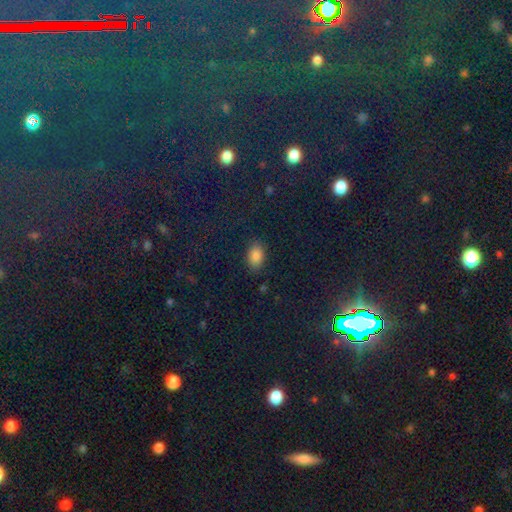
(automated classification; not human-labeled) A smooth galaxy with no disk features (84%) that is in between round and cigar-shaped (88%).

Vote fractions:
- Smooth or featured? smooth: 84% / star or artifact: 11% / featured or disk: 5%
- How rounded? in between: 88% / round: 10% / cigar-shaped: 2%
- Merging? none: 85% / minor disturbance: 10% / major disturbance: 3% / merger: 1%